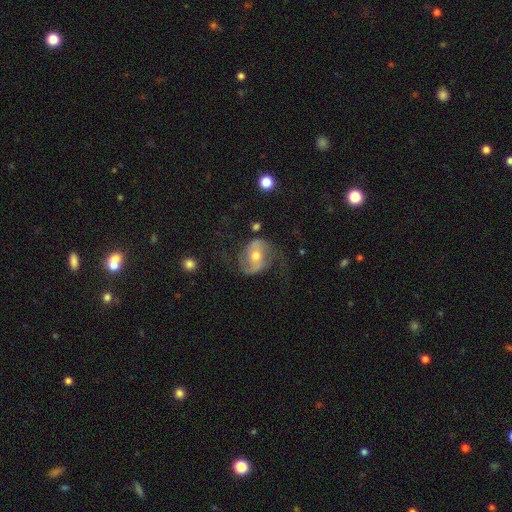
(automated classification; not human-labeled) A featured or disk galaxy (78%) with no bar (41%), 2 (90%) loose (49%) spiral arms (91%) and a moderate central bulge (70%). Merging: none (61%).